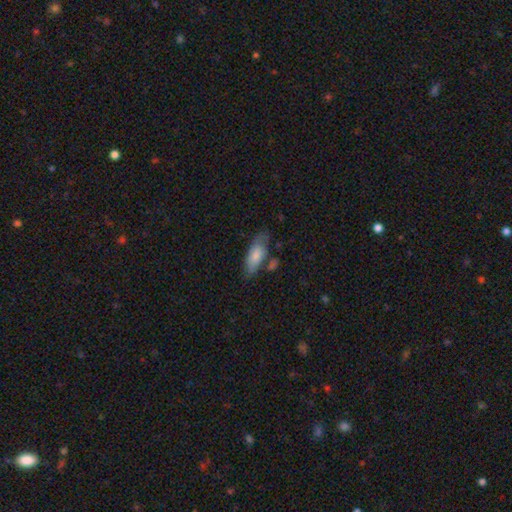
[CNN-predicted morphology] A smooth galaxy with no disk features (74%) that is in between round and cigar-shaped (78%).

Vote fractions:
- Smooth or featured? smooth: 74% / featured or disk: 20% / star or artifact: 6%
- How rounded? in between: 78% / cigar-shaped: 20% / round: 2%
- Merging? none: 56% / minor disturbance: 24% / merger: 11% / major disturbance: 8%